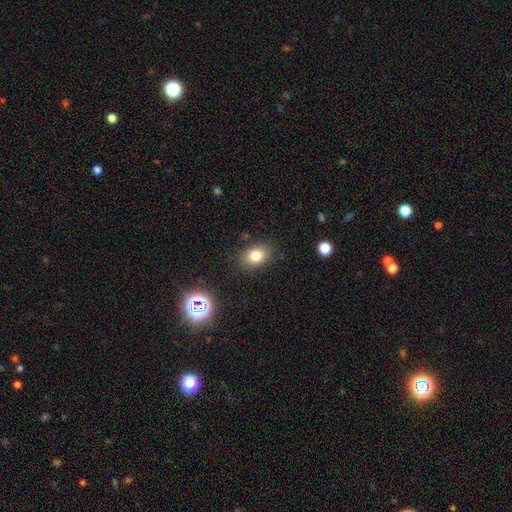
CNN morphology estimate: A smooth galaxy with no disk features (79%) that is in between round and cigar-shaped (70%). Merging: none (85%).